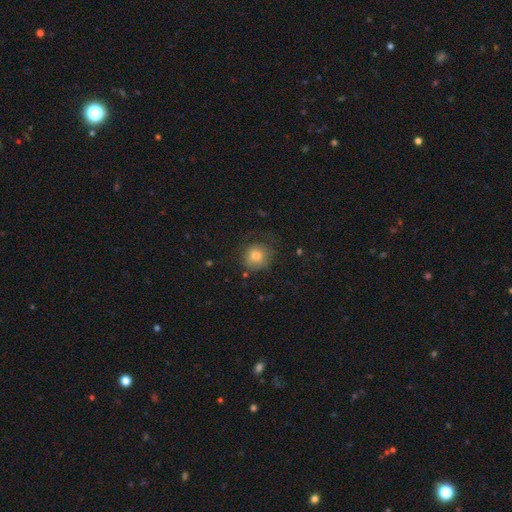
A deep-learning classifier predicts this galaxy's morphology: Smooth or featured?
  - smooth: 79% *
  - featured or disk: 11%
  - star or artifact: 10%
How rounded?
  - round: 84% *
  - in between: 15%
  - cigar-shaped: 1%
Merging?
  - none: 64% *
  - minor disturbance: 21%
  - major disturbance: 13%
  - merger: 2%